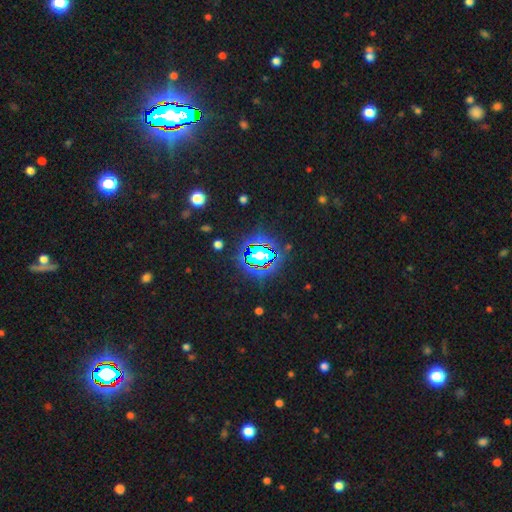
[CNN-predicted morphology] This is likely a star or artifact rather than a galaxy (76%).